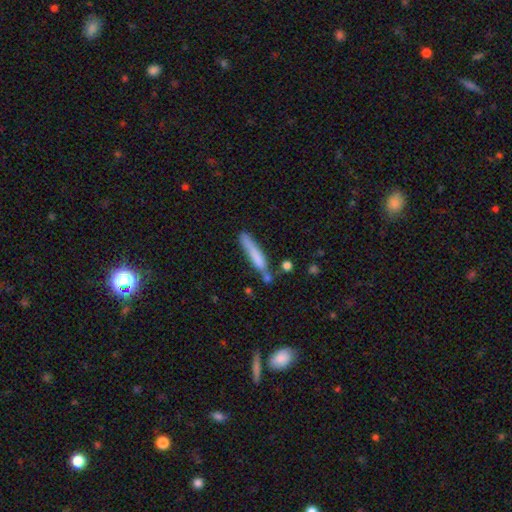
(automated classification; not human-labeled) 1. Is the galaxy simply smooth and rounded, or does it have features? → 73% smooth, 21% featured or disk, 7% star or artifact.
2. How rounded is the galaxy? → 92% cigar-shaped, 7% in between, 2% round.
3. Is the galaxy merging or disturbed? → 57% none, 22% minor disturbance, 14% merger, 7% major disturbance.